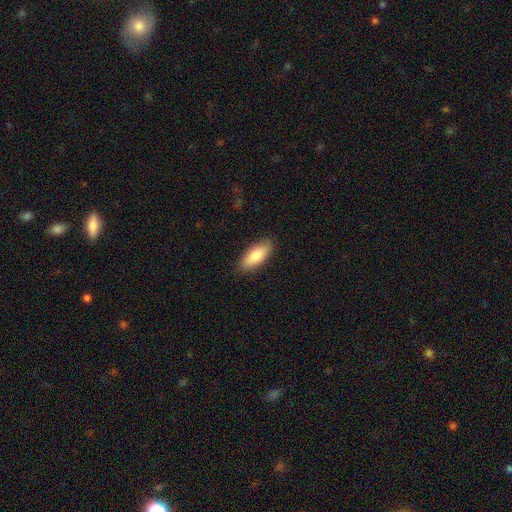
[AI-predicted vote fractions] smooth-or-featured: smooth: 80% | featured or disk: 15% | star or artifact: 6%
  how-rounded: in between: 79% | cigar-shaped: 19% | round: 2%
  merging: none: 86% | minor disturbance: 11% | major disturbance: 2% | merger: 1%